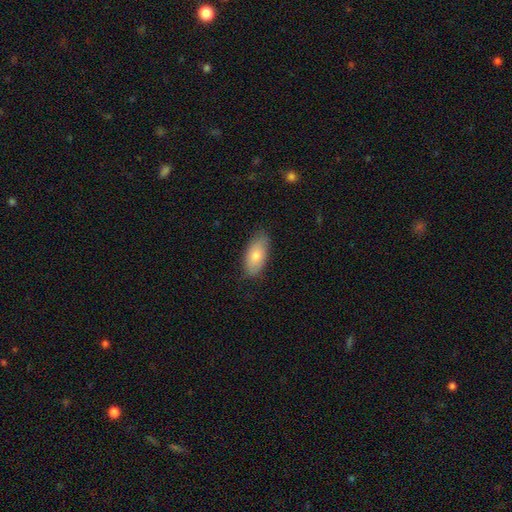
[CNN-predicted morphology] Smooth or featured: smooth — 76% (featured or disk — 17%)
How rounded: in between — 90% (cigar-shaped — 7%)
Merging: none — 81% (minor disturbance — 16%)